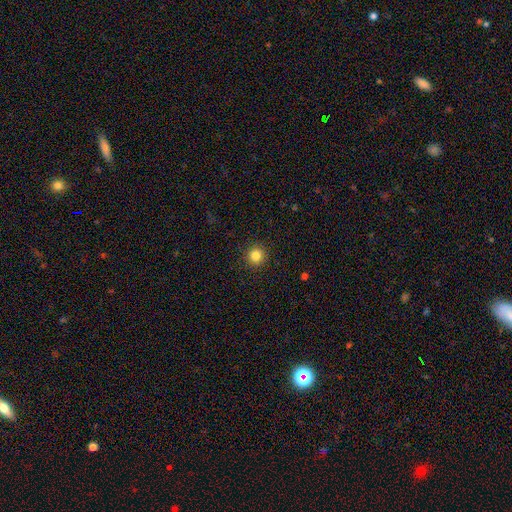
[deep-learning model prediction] This appears to be a smooth galaxy with no disk features (83%) that is round (95%). Merging: none (93%).